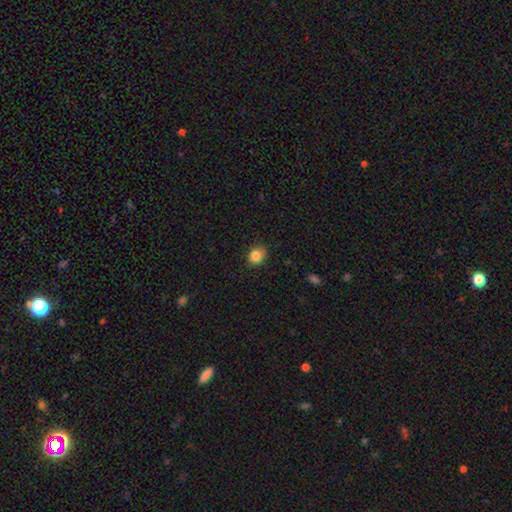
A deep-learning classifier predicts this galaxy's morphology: A smooth galaxy with no disk features (84%) that is round (69%). Merging: none (79%).